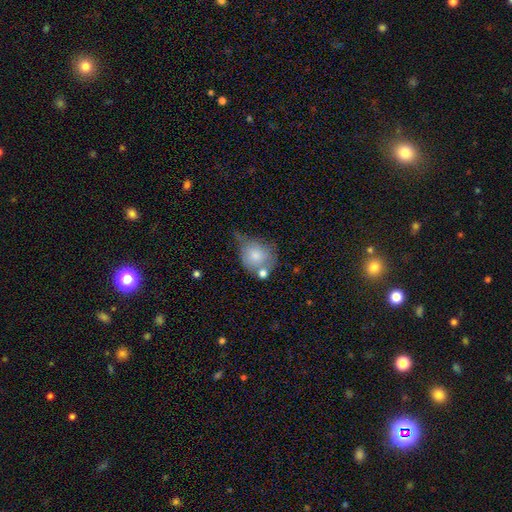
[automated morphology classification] This appears to be a smooth galaxy with no disk features (72%) that is round (75%). Merging: none (31%).